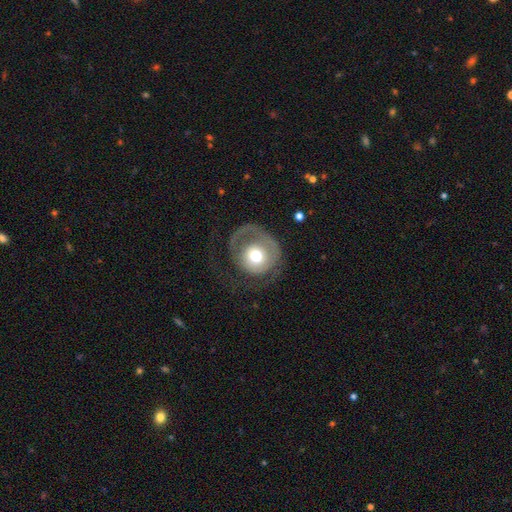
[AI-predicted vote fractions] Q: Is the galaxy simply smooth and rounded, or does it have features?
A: featured or disk — 52%.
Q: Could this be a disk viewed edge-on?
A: no — 97%.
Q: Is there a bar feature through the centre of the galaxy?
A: no — 85%.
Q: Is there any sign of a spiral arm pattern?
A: yes — 57%.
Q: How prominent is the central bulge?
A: moderate — 61%.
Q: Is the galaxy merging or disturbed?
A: major disturbance — 41%.